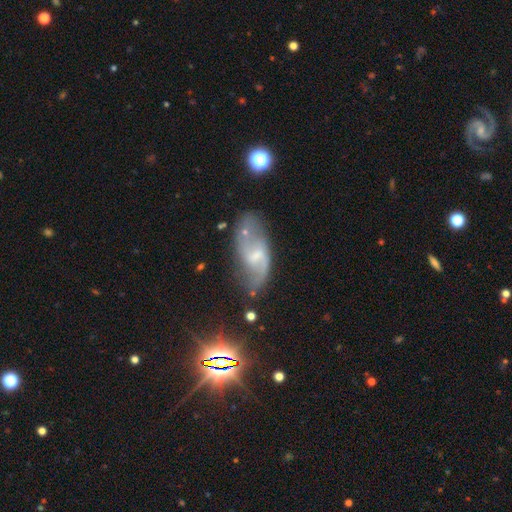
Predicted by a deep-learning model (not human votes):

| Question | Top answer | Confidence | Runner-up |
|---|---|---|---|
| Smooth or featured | featured or disk | 73% | smooth (18%) |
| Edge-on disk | no | 94% | yes (6%) |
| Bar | weak | 56% | no (26%) |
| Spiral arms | yes | 86% | no (14%) |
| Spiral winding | loose | 64% | medium (28%) |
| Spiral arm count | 2 | 77% | 1 (10%) |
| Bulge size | small | 49% | moderate (28%) |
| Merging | none | 58% | minor disturbance (22%) |